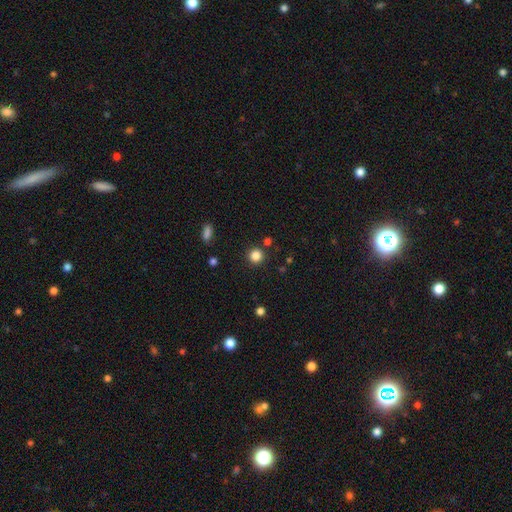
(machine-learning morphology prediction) Smooth or featured? Predicted: smooth (p=0.83). How rounded? Predicted: round (p=0.93). Merging? Predicted: none (p=0.88).